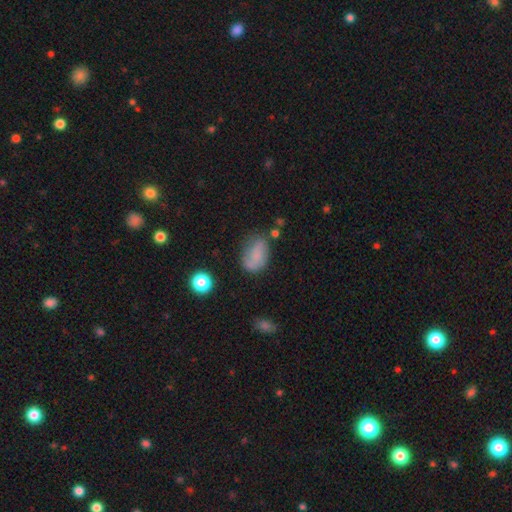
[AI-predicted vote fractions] Overall: smooth (65%). How rounded: in between (85%). Merging: none (54%; minor disturbance 29%).